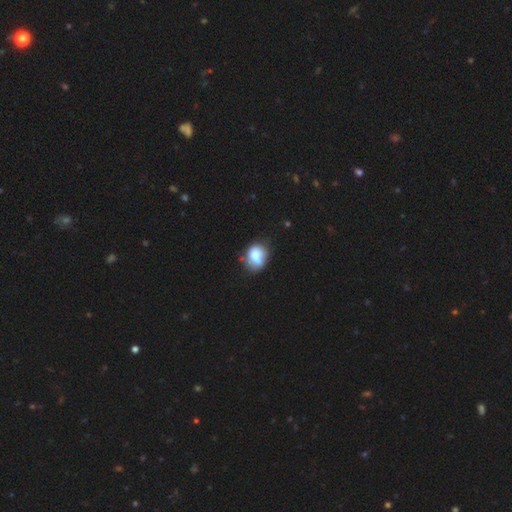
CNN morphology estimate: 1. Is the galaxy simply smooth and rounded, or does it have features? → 73% smooth, 17% featured or disk, 10% star or artifact.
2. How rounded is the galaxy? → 55% round, 44% in between, 1% cigar-shaped.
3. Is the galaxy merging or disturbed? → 48% none, 30% minor disturbance, 11% merger, 10% major disturbance.